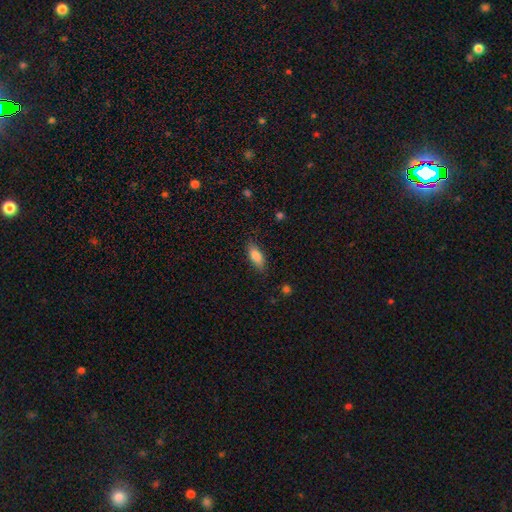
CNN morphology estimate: This appears to be a smooth galaxy with no disk features (84%) that is in between round and cigar-shaped (76%). Merging: none (80%).